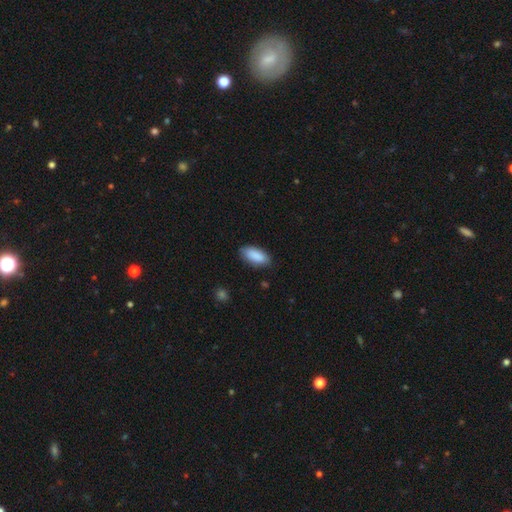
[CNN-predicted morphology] Smooth or featured: smooth — 89% (star or artifact — 6%)
How rounded: in between — 89% (cigar-shaped — 9%)
Merging: none — 83% (minor disturbance — 13%)